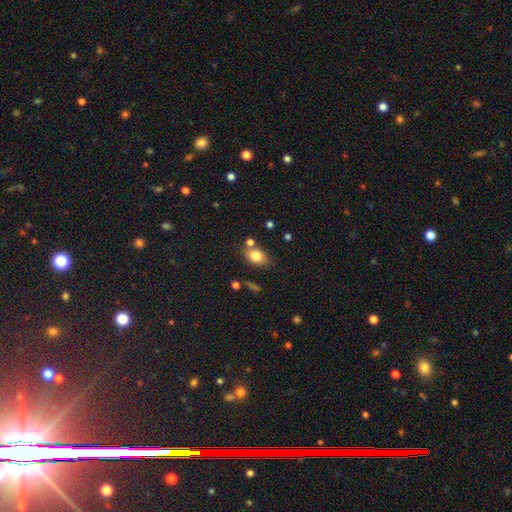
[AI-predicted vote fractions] This appears to be a smooth galaxy with no disk features (80%) that is in between round and cigar-shaped (71%). Merging: none (66%).